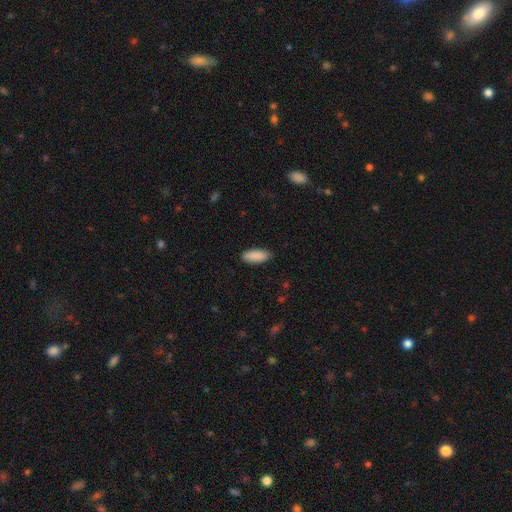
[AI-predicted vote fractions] smooth_or_featured: smooth (p=0.91) [alt: star or artifact p=0.06]
how_rounded: in between (p=0.73) [alt: cigar-shaped p=0.25]
merging: none (p=0.88) [alt: minor disturbance p=0.09]